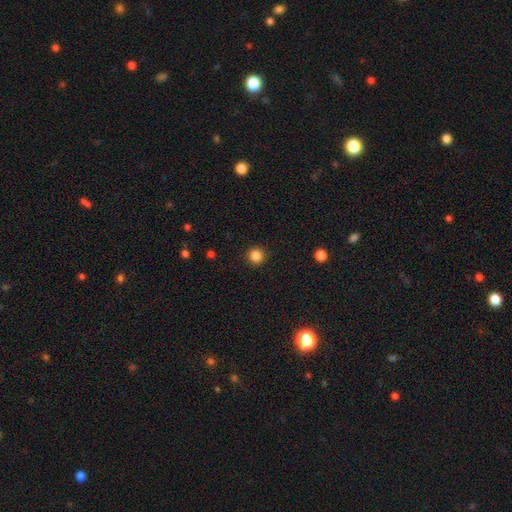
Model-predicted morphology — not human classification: smooth-or-featured: smooth: 85% | star or artifact: 12% | featured or disk: 4%
  how-rounded: round: 94% | in between: 5% | cigar-shaped: 1%
  merging: none: 92% | minor disturbance: 5% | major disturbance: 2% | merger: 1%